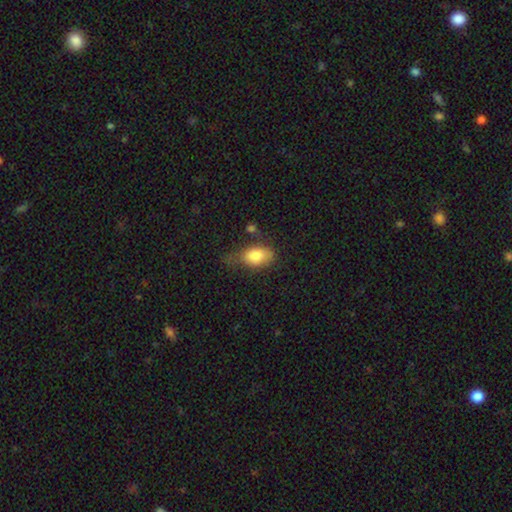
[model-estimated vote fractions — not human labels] The model was most divided on "merging": none: 49%, minor disturbance: 32%, major disturbance: 14%, merger: 5%. More confident: how rounded — in between (87%); smooth or featured — smooth (80%).